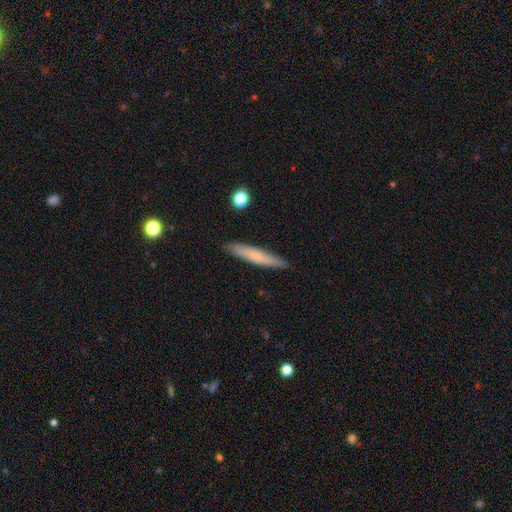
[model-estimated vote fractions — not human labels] Smooth or featured? smooth (65%)
How rounded? cigar-shaped (93%)
Merging? none (89%)